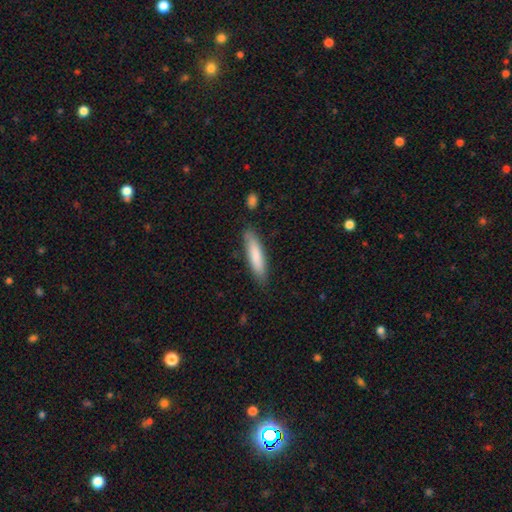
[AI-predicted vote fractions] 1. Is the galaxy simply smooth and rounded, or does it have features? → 80% smooth, 14% featured or disk, 5% star or artifact.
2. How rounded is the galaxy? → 80% cigar-shaped, 19% in between, 1% round.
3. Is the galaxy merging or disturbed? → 83% none, 13% minor disturbance, 2% major disturbance, 2% merger.